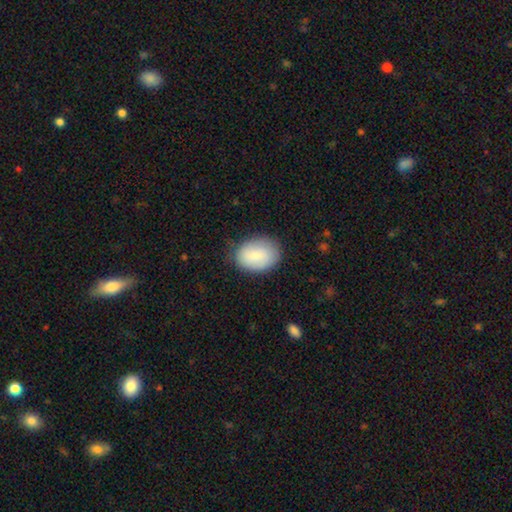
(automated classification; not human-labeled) smooth-or-featured: smooth: 82% | featured or disk: 11% | star or artifact: 7%
  how-rounded: in between: 77% | round: 22% | cigar-shaped: 1%
  merging: none: 78% | minor disturbance: 17% | major disturbance: 4% | merger: 1%